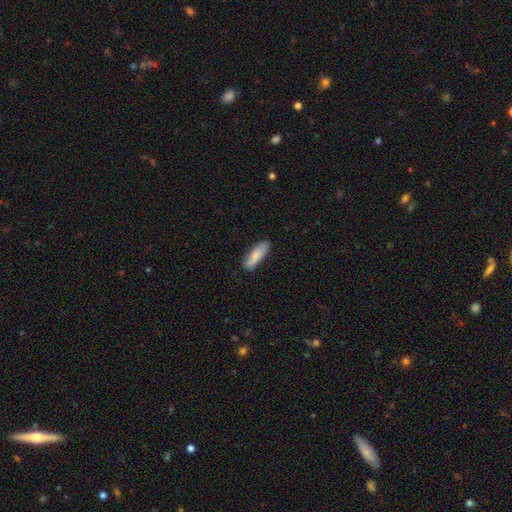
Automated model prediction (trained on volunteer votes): smooth 81%, featured or disk 14%, star or artifact 6%. Down the decision tree: how rounded — cigar-shaped (52%); merging — none (81%).